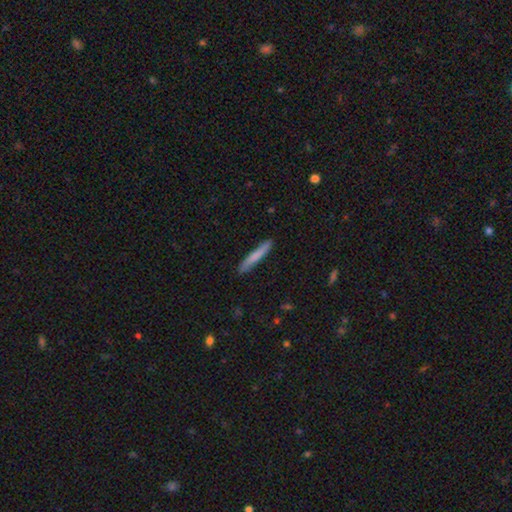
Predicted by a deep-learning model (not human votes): Q: Smooth or featured?
A: smooth (73%); runner-up: featured or disk (22%)
Q: How rounded?
A: cigar-shaped (95%); runner-up: in between (4%)
Q: Merging?
A: none (88%); runner-up: minor disturbance (9%)